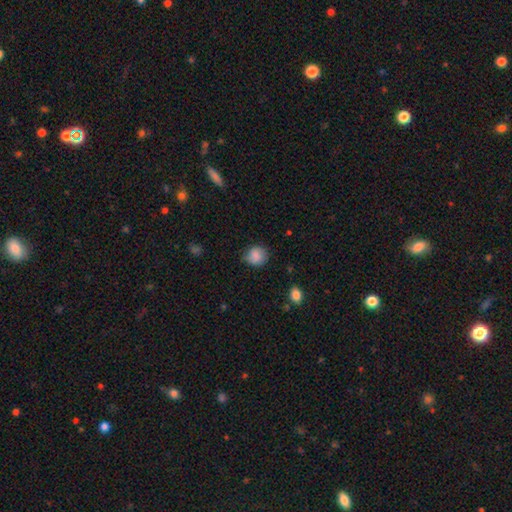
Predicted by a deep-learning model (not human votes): Smooth or featured? Predicted: smooth (p=0.85). How rounded? Predicted: round (p=0.80). Merging? Predicted: none (p=0.73).